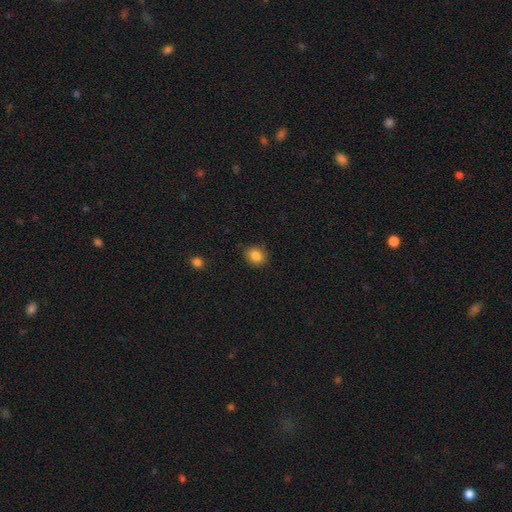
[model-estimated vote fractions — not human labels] Q: Smooth or featured?
A: smooth (85%); runner-up: star or artifact (10%)
Q: How rounded?
A: round (62%); runner-up: in between (37%)
Q: Merging?
A: none (83%); runner-up: minor disturbance (13%)